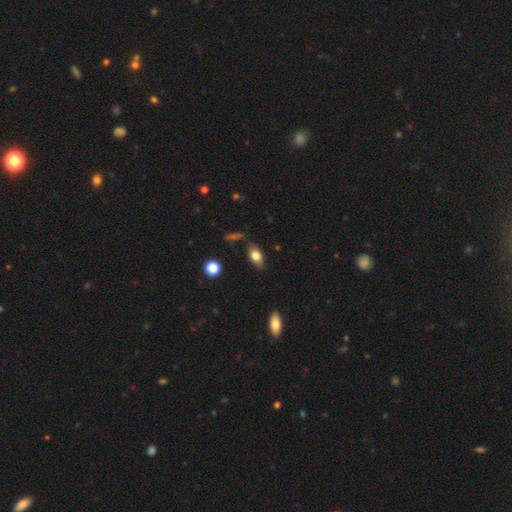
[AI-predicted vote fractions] Smooth or featured: smooth — 79% (featured or disk — 13%)
How rounded: in between — 87% (round — 8%)
Merging: none — 78% (minor disturbance — 15%)